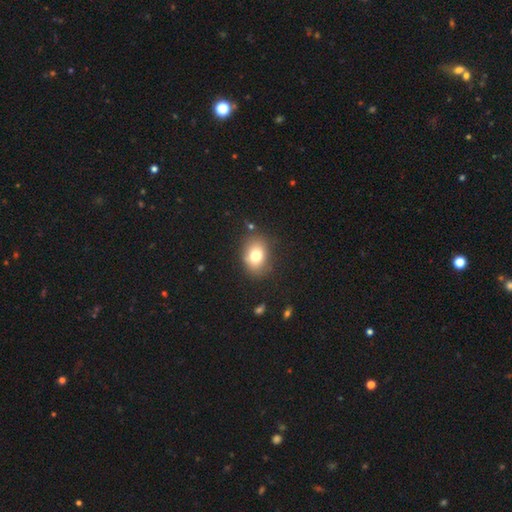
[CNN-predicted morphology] The model was most divided on "how rounded": in between: 64%, round: 35%, cigar-shaped: 1%. More confident: merging — none (80%); smooth or featured — smooth (76%).